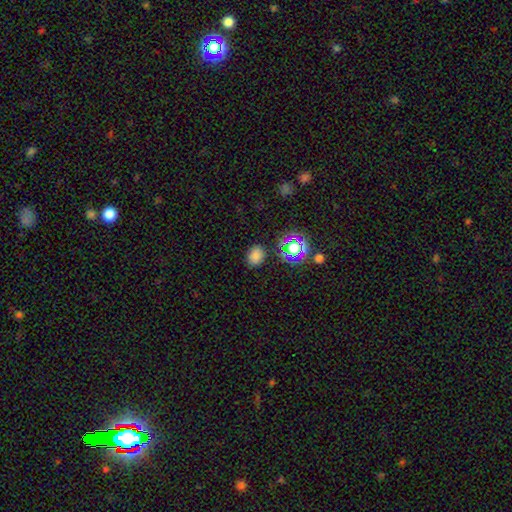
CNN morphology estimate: A smooth galaxy with no disk features (76%) that is in between round and cigar-shaped (64%).

Vote fractions:
- Smooth or featured? smooth: 76% / star or artifact: 19% / featured or disk: 5%
- How rounded? in between: 64% / round: 35% / cigar-shaped: 1%
- Merging? none: 84% / minor disturbance: 10% / major disturbance: 3% / merger: 3%